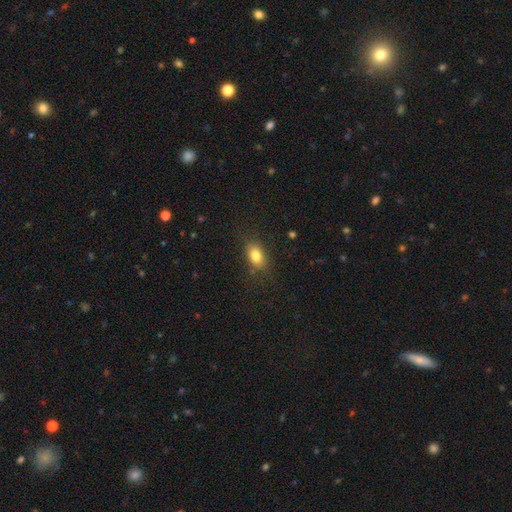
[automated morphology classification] type=smooth (81%); roundness=in between (84%); merging=none (80%).